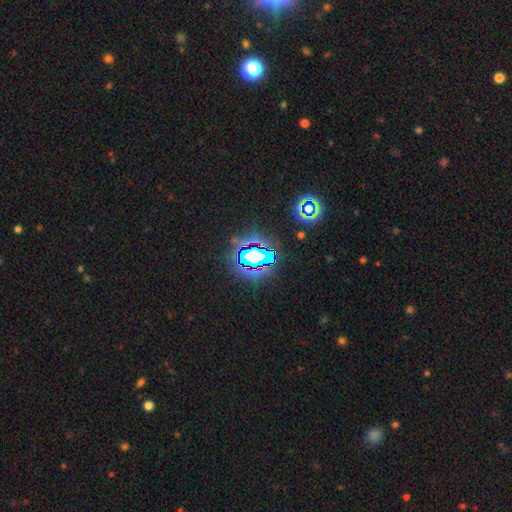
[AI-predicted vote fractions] This appears to be a star or artifact, not a galaxy (65%).